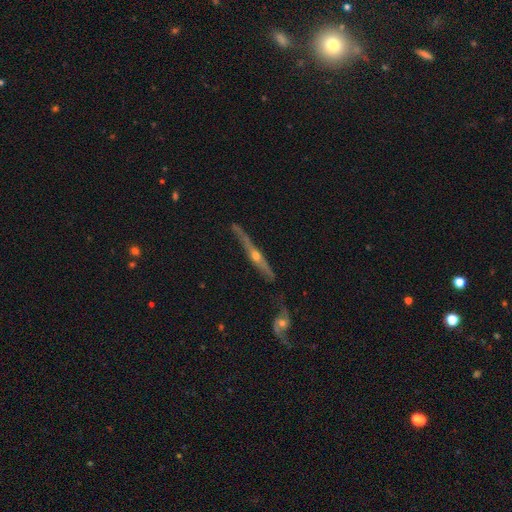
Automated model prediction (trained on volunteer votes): The model was most divided on "merging": none: 72%, minor disturbance: 16%, merger: 6%, major disturbance: 5%. More confident: edge-on disk — yes (94%); edge-on bulge — rounded (90%); smooth or featured — featured or disk (84%).